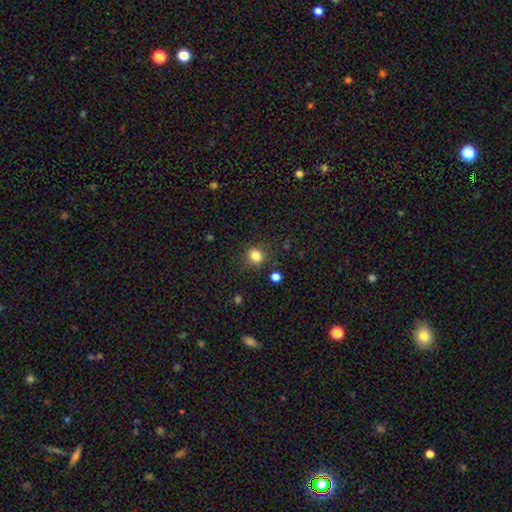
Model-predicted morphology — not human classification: smooth-or-featured: smooth: 83% | star or artifact: 13% | featured or disk: 5%
  how-rounded: round: 80% | in between: 19% | cigar-shaped: 1%
  merging: none: 86% | minor disturbance: 9% | major disturbance: 3% | merger: 2%